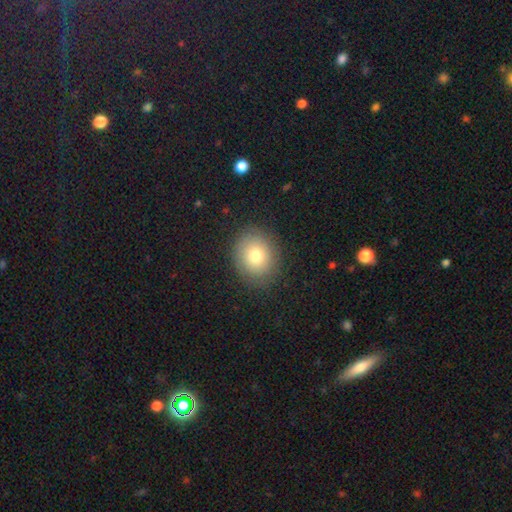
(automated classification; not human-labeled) Q: Smooth or featured?
A: smooth (76%); runner-up: featured or disk (13%)
Q: How rounded?
A: round (70%); runner-up: in between (29%)
Q: Merging?
A: none (86%); runner-up: minor disturbance (9%)